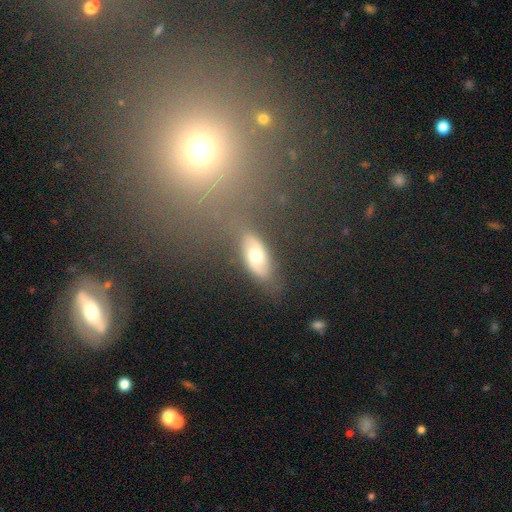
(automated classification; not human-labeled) A smooth galaxy with no disk features (52%) that is in between round and cigar-shaped (82%).

Vote fractions:
- Smooth or featured? smooth: 52% / featured or disk: 39% / star or artifact: 9%
- How rounded? in between: 82% / cigar-shaped: 11% / round: 7%
- Merging? none: 77% / minor disturbance: 14% / major disturbance: 6% / merger: 4%